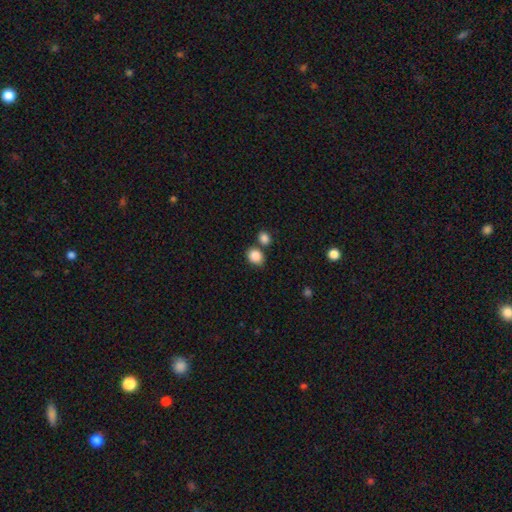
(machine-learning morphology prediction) This is clearly a smooth galaxy (87%). How rounded: possibly round (55%). Merging: likely none (65%).